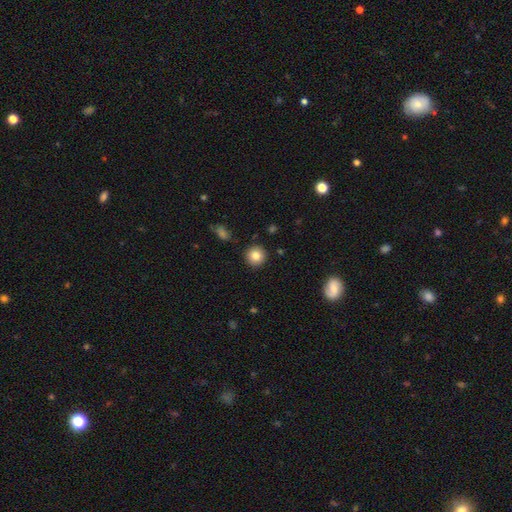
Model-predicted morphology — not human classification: type=smooth (83%); roundness=round (93%); merging=none (91%).